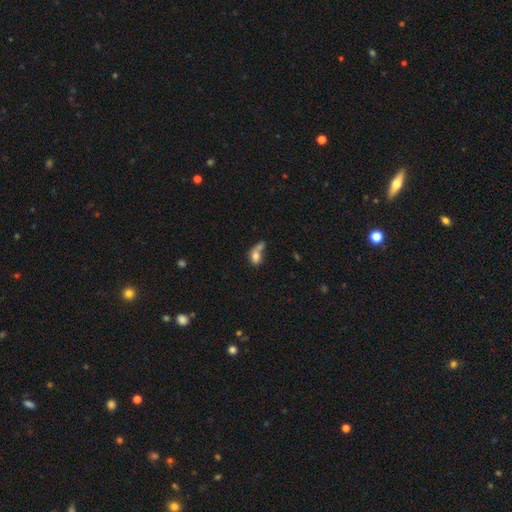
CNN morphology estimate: Smooth or featured?
  - smooth: 72% *
  - featured or disk: 18%
  - star or artifact: 11%
How rounded?
  - in between: 69% *
  - round: 26%
  - cigar-shaped: 5%
Merging?
  - merger: 45% *
  - none: 22%
  - major disturbance: 19%
  - minor disturbance: 14%